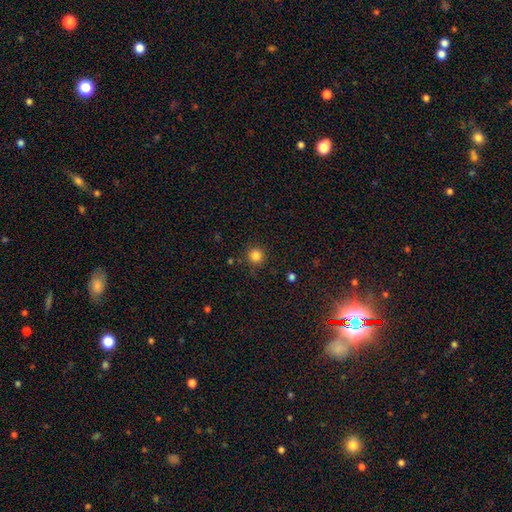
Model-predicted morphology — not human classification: Smooth or featured: smooth — 84% (star or artifact — 12%)
How rounded: round — 95% (in between — 4%)
Merging: none — 88% (minor disturbance — 8%)